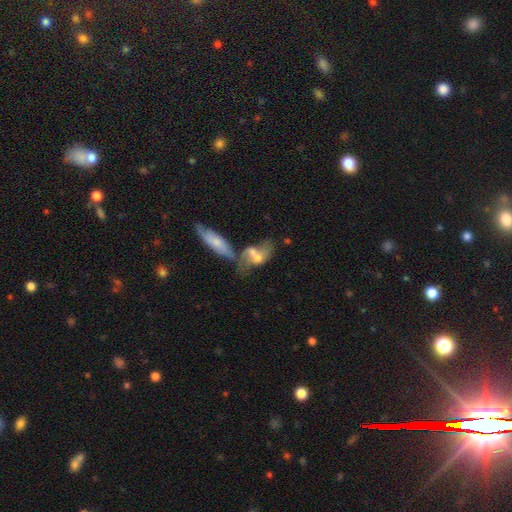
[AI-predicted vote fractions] smooth-or-featured: smooth: 48% | featured or disk: 43% | star or artifact: 9%
  merging: merger: 54% | none: 24% | minor disturbance: 13% | major disturbance: 9%